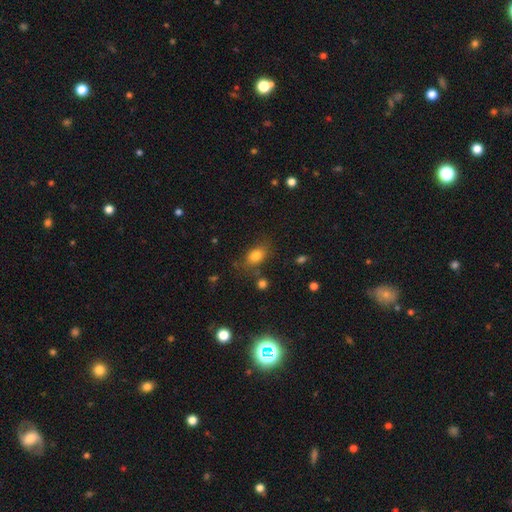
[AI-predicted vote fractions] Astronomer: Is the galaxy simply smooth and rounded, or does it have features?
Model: smooth — 80%.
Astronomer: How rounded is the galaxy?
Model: in between — 76%.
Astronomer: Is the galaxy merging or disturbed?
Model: none — 73%.